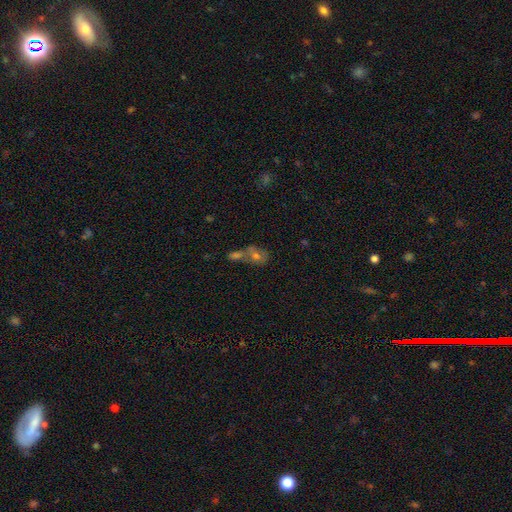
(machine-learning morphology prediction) A smooth galaxy with no disk features (51%) that is in between round and cigar-shaped (57%).

Vote fractions:
- Smooth or featured? smooth: 51% / featured or disk: 32% / star or artifact: 18%
- How rounded? in between: 57% / round: 39% / cigar-shaped: 4%
- Merging? merger: 55% / none: 28% / minor disturbance: 10% / major disturbance: 7%